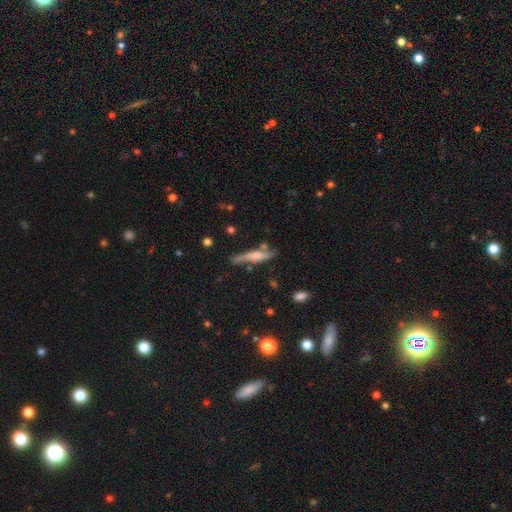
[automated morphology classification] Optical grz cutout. It shows a smooth galaxy with no disk features (49%). Merging: none (63%).